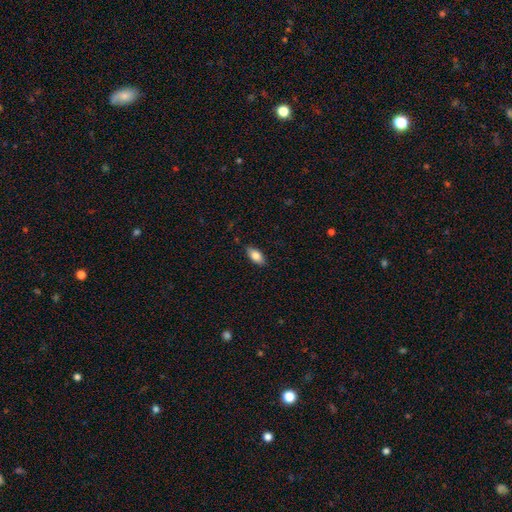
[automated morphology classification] smooth_or_featured: smooth (p=0.81) [alt: featured or disk p=0.13]
how_rounded: in between (p=0.88) [alt: cigar-shaped p=0.09]
merging: none (p=0.85) [alt: minor disturbance p=0.11]